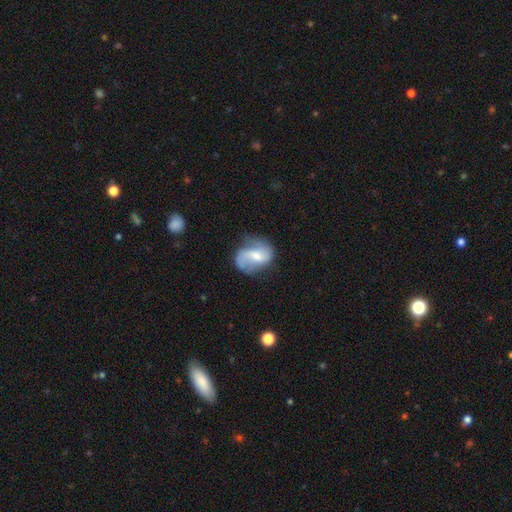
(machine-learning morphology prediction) type=featured or disk (68%); edge-on=no (98%); bar=weak (51%); spiral arms=yes (89%); winding=loose (53%); arm count=2 (78%); bulge=moderate (44%); merging=none (53%).